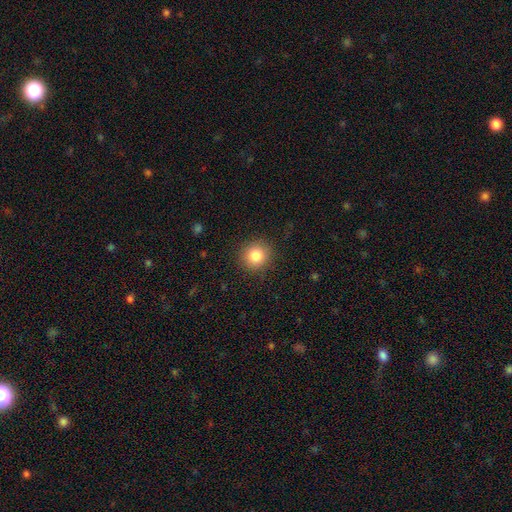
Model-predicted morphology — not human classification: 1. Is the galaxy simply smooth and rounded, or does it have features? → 83% smooth, 10% star or artifact, 6% featured or disk.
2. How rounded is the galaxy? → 91% round, 8% in between, 1% cigar-shaped.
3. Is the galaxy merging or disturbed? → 90% none, 7% minor disturbance, 2% major disturbance, 1% merger.